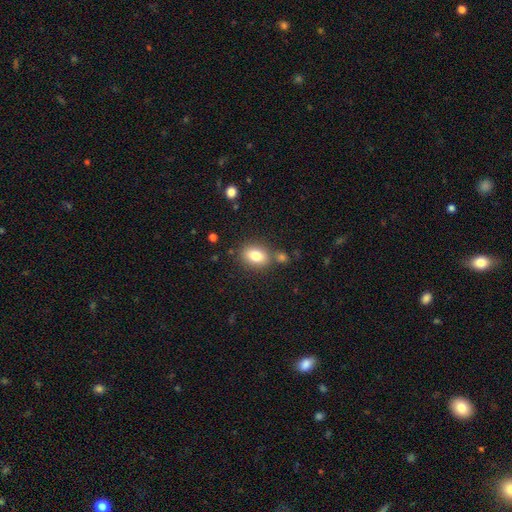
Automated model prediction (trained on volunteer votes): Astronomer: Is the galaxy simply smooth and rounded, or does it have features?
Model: smooth — 81%.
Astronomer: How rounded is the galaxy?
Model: in between — 73%.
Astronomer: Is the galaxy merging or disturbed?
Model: none — 73%.